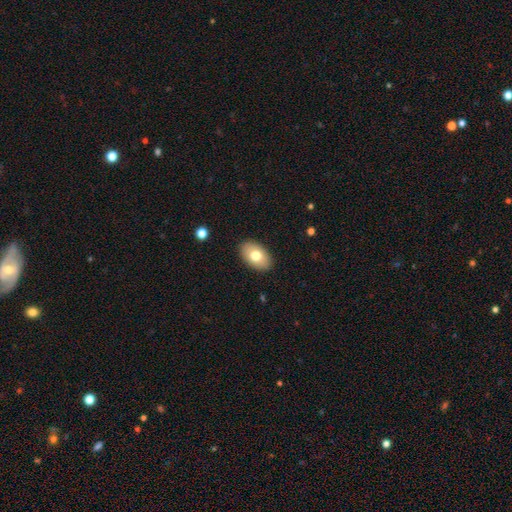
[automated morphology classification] Smooth or featured?
  - smooth: 75% *
  - featured or disk: 19%
  - star or artifact: 7%
How rounded?
  - in between: 92% *
  - round: 7%
  - cigar-shaped: 1%
Merging?
  - none: 89% *
  - minor disturbance: 8%
  - major disturbance: 2%
  - merger: 1%